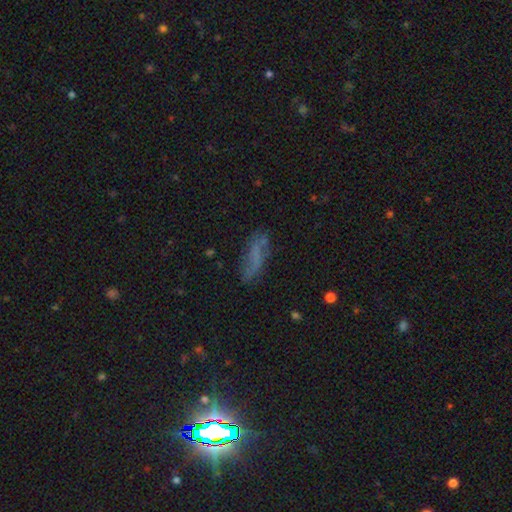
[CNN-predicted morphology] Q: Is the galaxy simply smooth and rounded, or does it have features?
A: smooth — 47%.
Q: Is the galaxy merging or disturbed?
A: none — 64%.